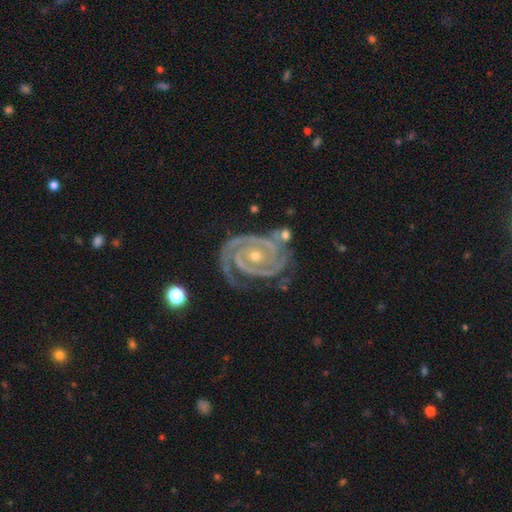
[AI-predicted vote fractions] A featured or disk galaxy (93%) with no bar (64%), 2 (70%) tight (80%) spiral arms (99%) and a small central bulge (59%).

Vote fractions:
- Smooth or featured? featured or disk: 93% / star or artifact: 4% / smooth: 2%
- Edge-on disk? no: 98% / yes: 2%
- Bar? no: 64% / weak: 23% / strong: 13%
- Spiral arms? yes: 99% / no: 1%
- Spiral winding? tight: 80% / medium: 17% / loose: 2%
- Spiral arm count? 2: 70% / 3: 16% / can't tell: 5% / 4: 3% / 1: 3% / more than 4: 3%
- Bulge size? small: 59% / moderate: 38% / large: 1% / none: 1% / dominant: 1%
- Merging? none: 66% / minor disturbance: 21% / major disturbance: 8% / merger: 4%